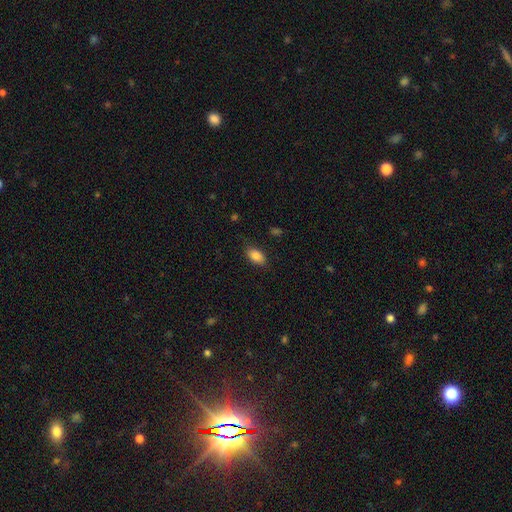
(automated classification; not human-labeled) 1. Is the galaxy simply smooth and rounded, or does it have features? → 87% smooth, 8% star or artifact, 5% featured or disk.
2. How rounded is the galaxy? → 91% in between, 6% round, 3% cigar-shaped.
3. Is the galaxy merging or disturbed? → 82% none, 13% minor disturbance, 3% major disturbance, 1% merger.